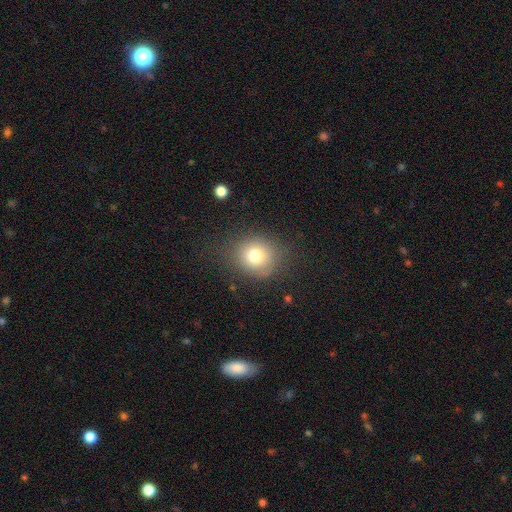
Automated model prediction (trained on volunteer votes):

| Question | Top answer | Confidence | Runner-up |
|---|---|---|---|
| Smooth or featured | smooth | 76% | star or artifact (13%) |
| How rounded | round | 79% | in between (20%) |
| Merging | none | 78% | minor disturbance (14%) |